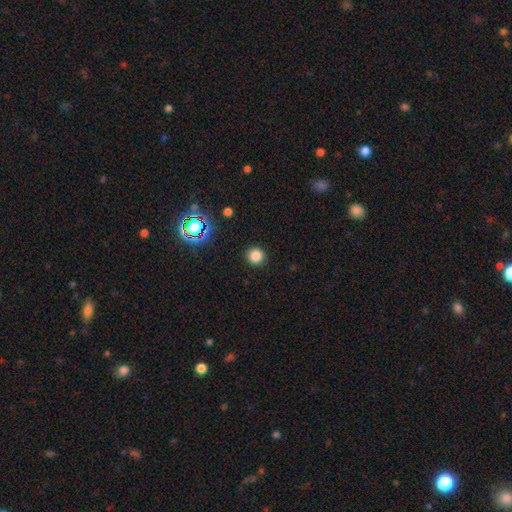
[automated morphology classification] Smooth or featured? Predicted: smooth (p=0.81). How rounded? Predicted: round (p=0.93). Merging? Predicted: none (p=0.91).